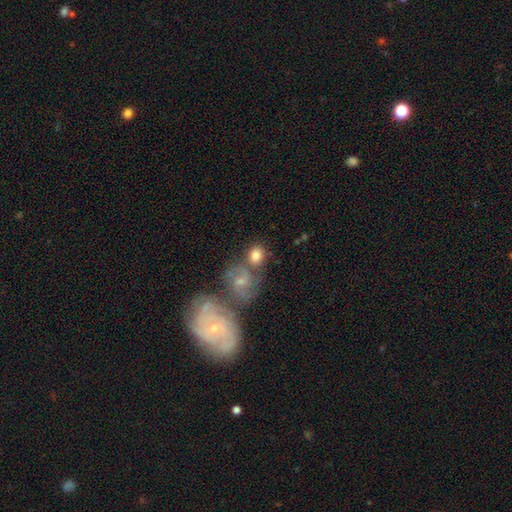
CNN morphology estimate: smooth 64%, featured or disk 27%, star or artifact 10%. Down the decision tree: how rounded — round (63%); merging — none (49%).